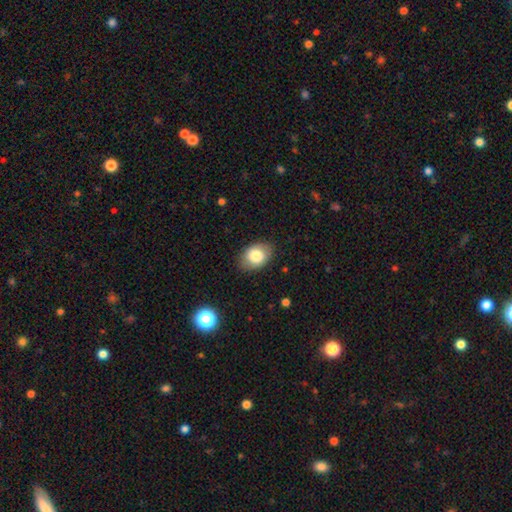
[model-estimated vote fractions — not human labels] Smooth or featured? Predicted: smooth (p=0.81). How rounded? Predicted: in between (p=0.78). Merging? Predicted: none (p=0.85).